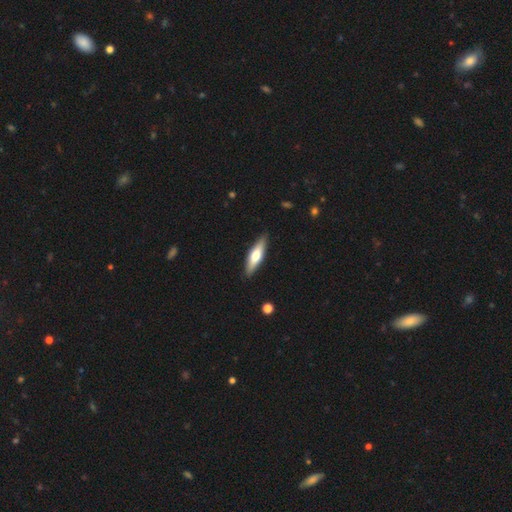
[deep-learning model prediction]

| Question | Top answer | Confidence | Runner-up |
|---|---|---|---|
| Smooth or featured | smooth | 53% | featured or disk (42%) |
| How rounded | cigar-shaped | 62% | in between (36%) |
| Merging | none | 89% | minor disturbance (8%) |